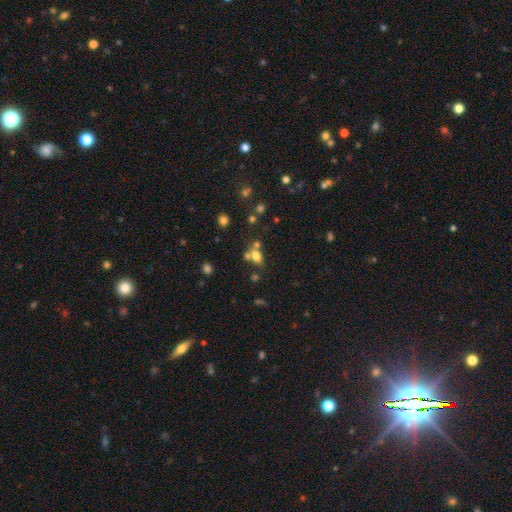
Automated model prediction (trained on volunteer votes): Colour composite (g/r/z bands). It shows a smooth galaxy with no disk features (70%) that is in between round and cigar-shaped (65%). Merging: none (45%).